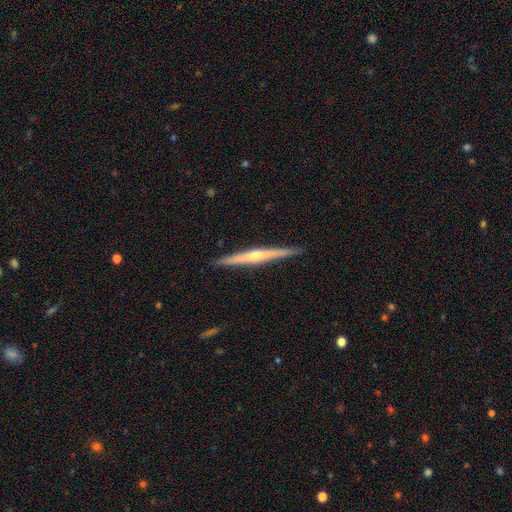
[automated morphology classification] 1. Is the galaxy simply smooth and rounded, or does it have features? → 73% featured or disk, 22% smooth, 5% star or artifact.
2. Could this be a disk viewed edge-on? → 98% yes, 2% no.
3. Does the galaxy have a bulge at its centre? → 80% rounded, 15% none, 5% boxy.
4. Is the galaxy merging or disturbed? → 91% none, 6% minor disturbance, 1% major disturbance, 1% merger.